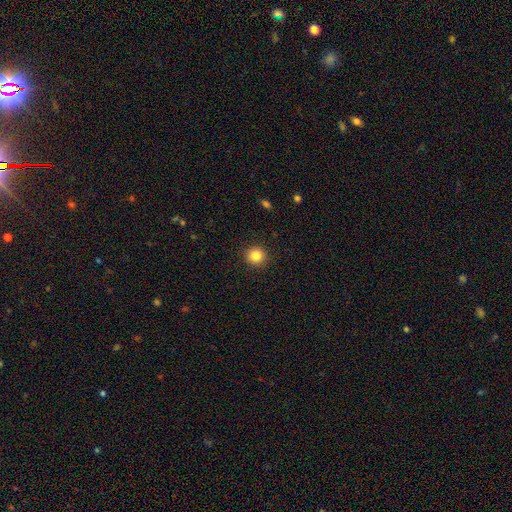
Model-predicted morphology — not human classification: Q: Smooth or featured?
A: smooth (84%); runner-up: star or artifact (11%)
Q: How rounded?
A: round (93%); runner-up: in between (6%)
Q: Merging?
A: none (92%); runner-up: minor disturbance (5%)